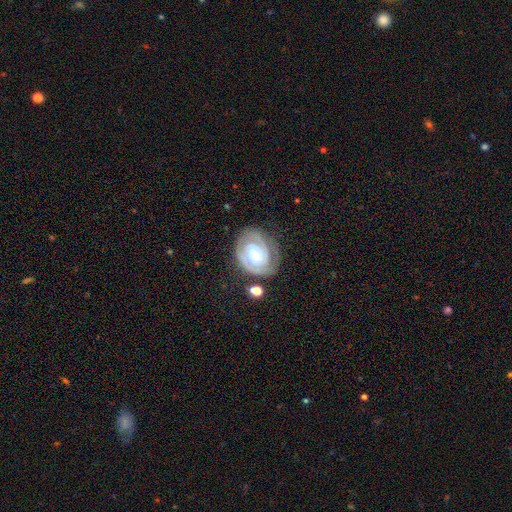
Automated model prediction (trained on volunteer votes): This appears to be a featured or disk galaxy (78%) with no bar (65%), 2 (38%) tight (71%) spiral arms (88%) and a small central bulge (60%). Merging: none (67%).